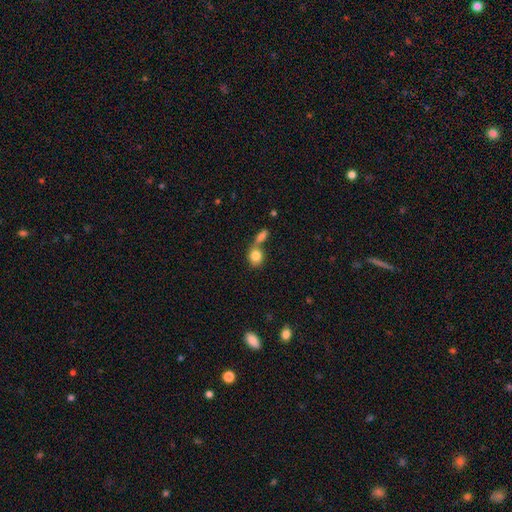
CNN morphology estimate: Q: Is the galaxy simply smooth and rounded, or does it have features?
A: smooth — 83%.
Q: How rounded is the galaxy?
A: round — 59%.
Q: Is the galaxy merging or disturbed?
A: merger — 46%.